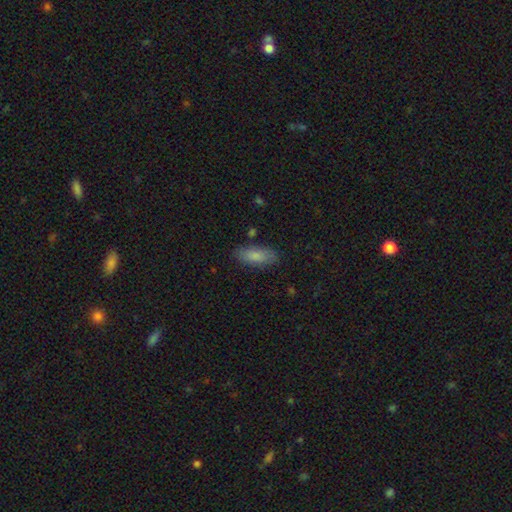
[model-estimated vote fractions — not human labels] The model was most divided on "how rounded": in between: 82%, cigar-shaped: 16%, round: 2%. More confident: smooth or featured — smooth (84%); merging — none (82%).